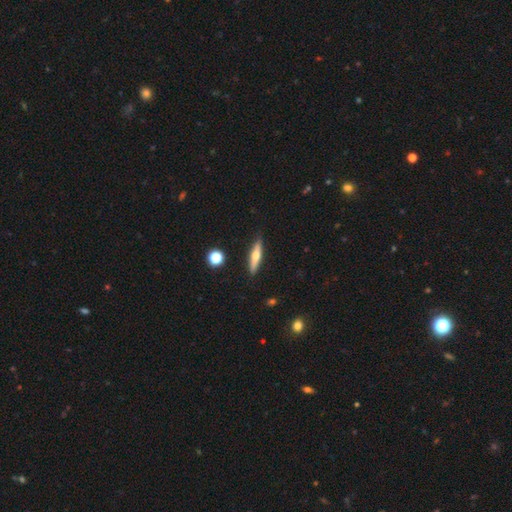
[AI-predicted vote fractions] A featured or disk galaxy (50%). Merging: none (87%).